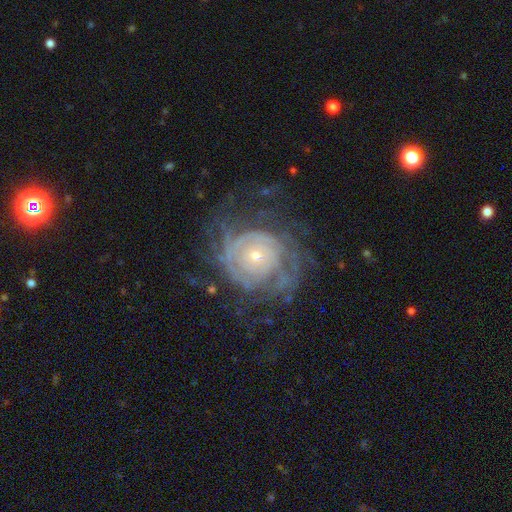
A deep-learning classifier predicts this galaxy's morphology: smooth-or-featured: featured or disk: 84% | smooth: 9% | star or artifact: 7%
  disk-edge-on: no: 97% | yes: 3%
    bar: no: 80% | weak: 15% | strong: 4%
    has-spiral-arms: yes: 92% | no: 8%
      spiral-winding: tight: 75% | medium: 19% | loose: 6%
      spiral-arm-count: can't tell: 42% | 2: 14% | 4: 13% | 3: 12% | more than 4: 11% | 1: 6%
    bulge-size: small: 71% | moderate: 25% | large: 2% | none: 1% | dominant: 1%
  merging: none: 63% | minor disturbance: 18% | major disturbance: 18% | merger: 2%